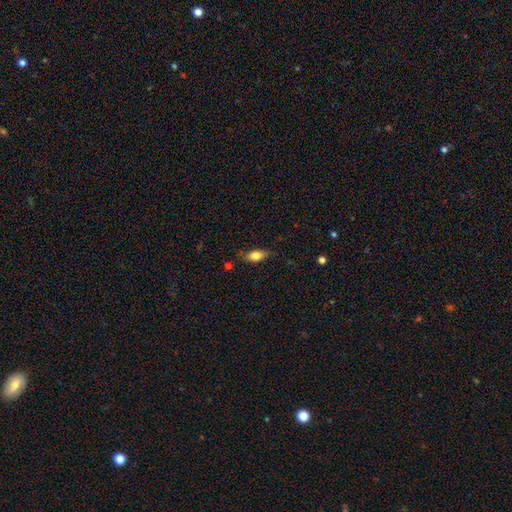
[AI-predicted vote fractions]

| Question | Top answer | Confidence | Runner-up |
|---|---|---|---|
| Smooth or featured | smooth | 79% | featured or disk (14%) |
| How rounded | in between | 84% | cigar-shaped (10%) |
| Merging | none | 75% | minor disturbance (19%) |